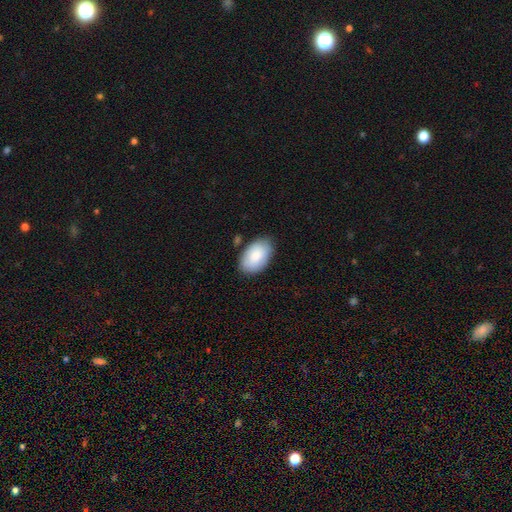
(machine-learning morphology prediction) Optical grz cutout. It shows a smooth galaxy with no disk features (83%) that is in between round and cigar-shaped (92%). Merging: none (81%).